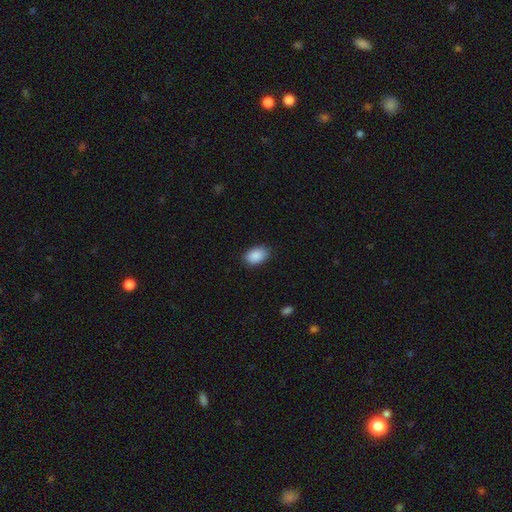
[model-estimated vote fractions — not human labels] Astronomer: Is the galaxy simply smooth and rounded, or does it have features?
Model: smooth — 90%.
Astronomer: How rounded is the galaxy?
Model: in between — 88%.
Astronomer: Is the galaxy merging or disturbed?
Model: none — 86%.